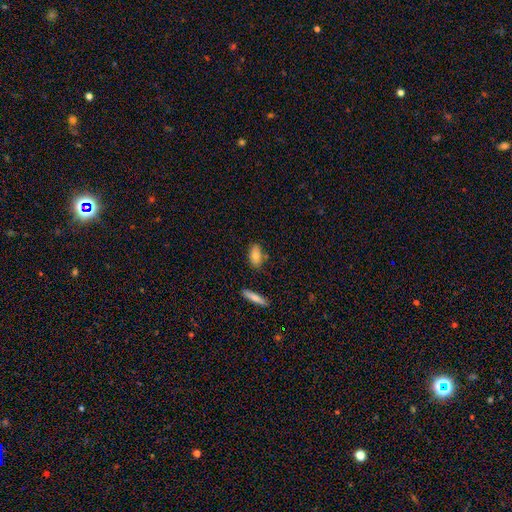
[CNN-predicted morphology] Smooth or featured? Predicted: smooth (p=0.81). How rounded? Predicted: in between (p=0.87). Merging? Predicted: none (p=0.78).